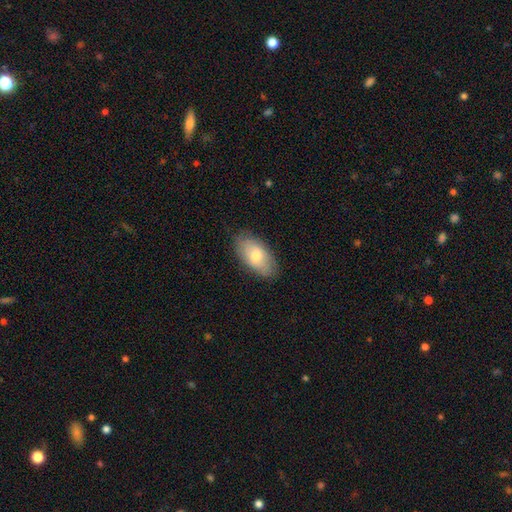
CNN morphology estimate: Smooth or featured? smooth (71%)
How rounded? in between (93%)
Merging? none (83%)